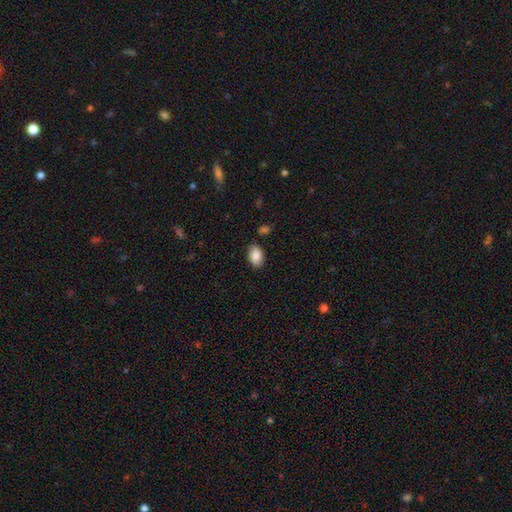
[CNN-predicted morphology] Smooth or featured: smooth — 88% (star or artifact — 7%)
How rounded: in between — 90% (round — 9%)
Merging: none — 83% (minor disturbance — 12%)